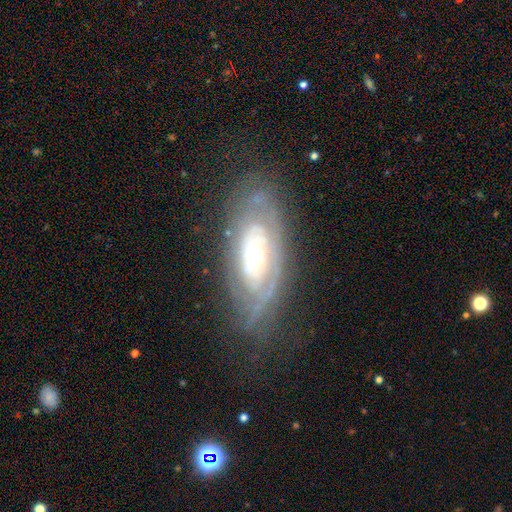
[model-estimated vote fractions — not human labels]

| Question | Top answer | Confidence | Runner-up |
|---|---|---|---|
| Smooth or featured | featured or disk | 78% | smooth (16%) |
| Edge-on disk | no | 89% | yes (11%) |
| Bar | no | 77% | weak (17%) |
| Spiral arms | yes | 75% | no (25%) |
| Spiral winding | tight | 73% | medium (20%) |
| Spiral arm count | can't tell | 56% | 2 (22%) |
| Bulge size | small | 48% | moderate (45%) |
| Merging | none | 66% | minor disturbance (20%) |